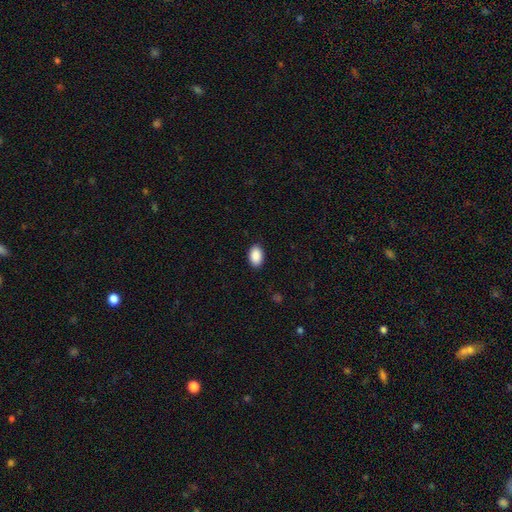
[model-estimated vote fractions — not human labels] The model was most divided on "merging": none: 89%, minor disturbance: 8%, major disturbance: 2%, merger: 1%. More confident: how rounded — in between (91%); smooth or featured — smooth (90%).